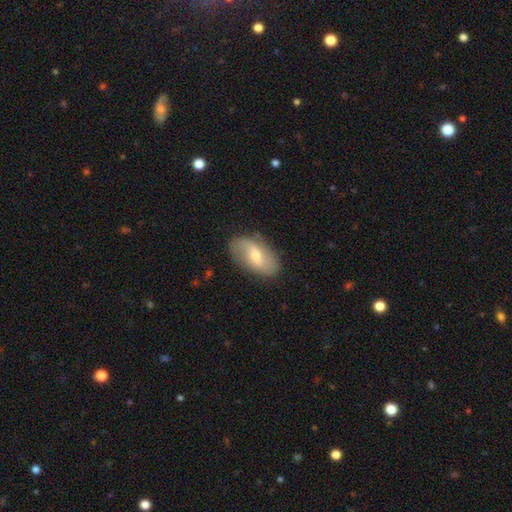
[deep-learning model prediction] The model was most divided on "smooth or featured": featured or disk: 54%, smooth: 39%, star or artifact: 7%. More confident: edge-on disk — no (92%); merging — none (81%).